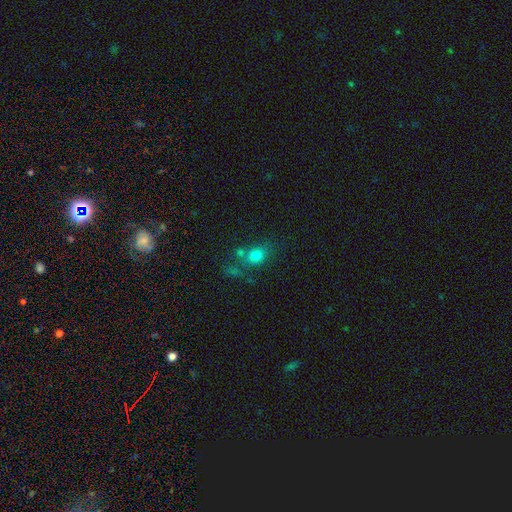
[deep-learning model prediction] Morphology: type=smooth (75%); roundness=round (54%); merging=none (53%).